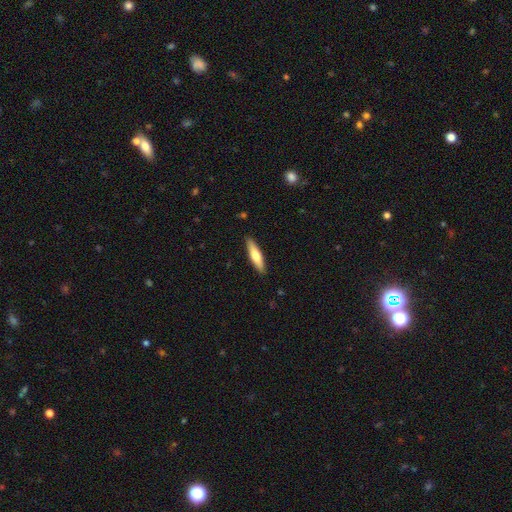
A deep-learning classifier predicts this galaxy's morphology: This is likely a smooth galaxy (61%). How rounded: likely cigar-shaped (77%). Merging: clearly none (90%).